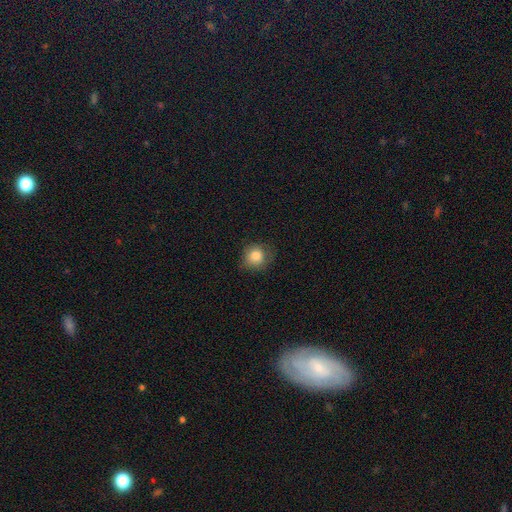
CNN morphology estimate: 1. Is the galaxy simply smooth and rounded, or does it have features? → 82% smooth, 10% star or artifact, 8% featured or disk.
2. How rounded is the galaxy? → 84% round, 15% in between, 1% cigar-shaped.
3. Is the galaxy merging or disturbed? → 74% none, 19% minor disturbance, 5% major disturbance, 1% merger.